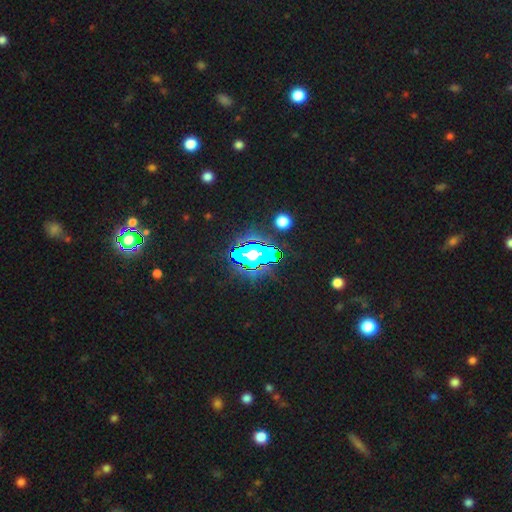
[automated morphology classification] smooth_or_featured: star or artifact (p=0.75) [alt: smooth p=0.15]